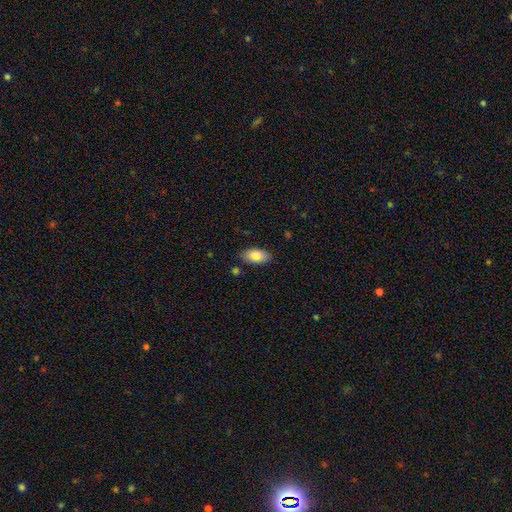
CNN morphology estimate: This is clearly a smooth galaxy (83%). How rounded: clearly in between (94%). Merging: clearly none (84%).